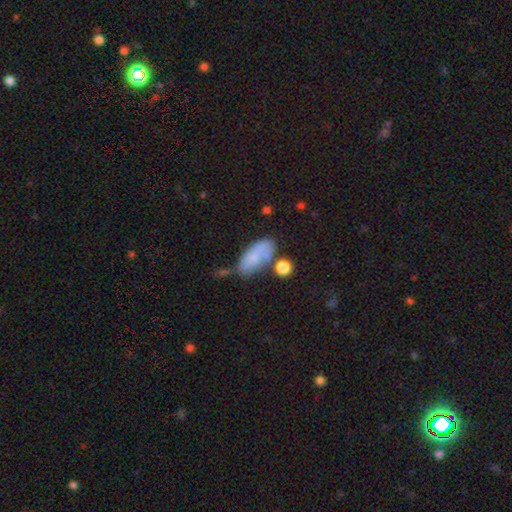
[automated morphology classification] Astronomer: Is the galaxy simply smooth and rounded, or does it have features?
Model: smooth — 68%.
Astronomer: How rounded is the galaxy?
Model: in between — 85%.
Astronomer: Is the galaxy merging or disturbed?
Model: none — 43% (runner-up: minor disturbance, 27%).